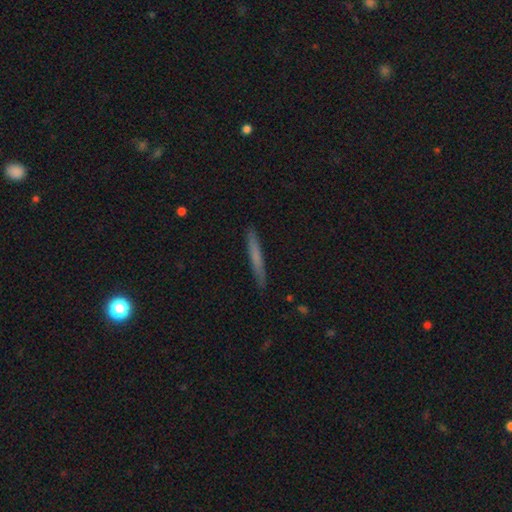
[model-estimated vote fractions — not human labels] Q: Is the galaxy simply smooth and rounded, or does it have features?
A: smooth — 61%.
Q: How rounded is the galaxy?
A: cigar-shaped — 96%.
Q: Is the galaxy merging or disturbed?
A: none — 90%.